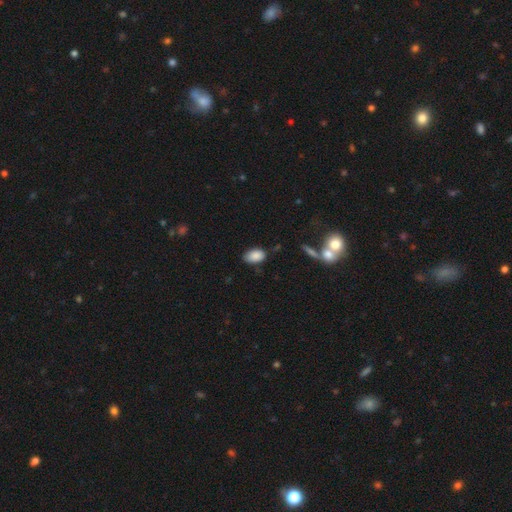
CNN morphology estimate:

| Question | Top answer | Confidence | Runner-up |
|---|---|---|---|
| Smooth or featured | smooth | 87% | star or artifact (8%) |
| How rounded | in between | 91% | round (7%) |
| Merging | none | 75% | minor disturbance (19%) |